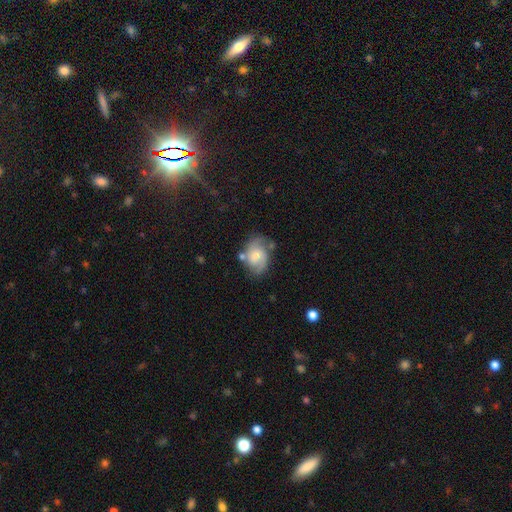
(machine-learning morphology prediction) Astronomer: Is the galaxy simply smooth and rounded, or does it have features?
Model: featured or disk — 54% (runner-up: smooth, 38%).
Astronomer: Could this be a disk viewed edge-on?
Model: no — 97%.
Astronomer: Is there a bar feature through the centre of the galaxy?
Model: no — 54% (runner-up: weak, 40%).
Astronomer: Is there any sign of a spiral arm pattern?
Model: yes — 85%.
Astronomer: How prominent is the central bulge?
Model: moderate — 36% (runner-up: small, 31%).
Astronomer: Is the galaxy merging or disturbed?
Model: none — 55%.